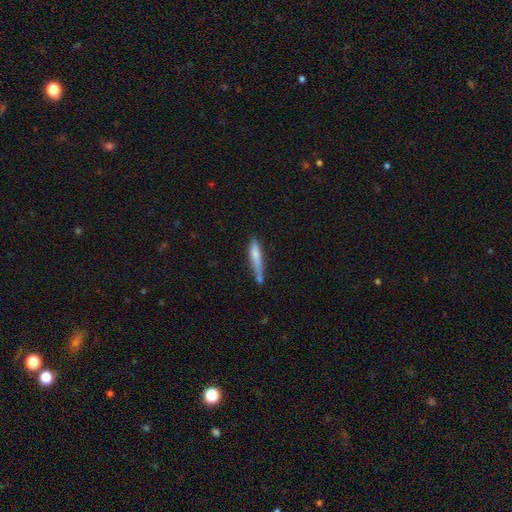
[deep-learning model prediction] smooth 70%, featured or disk 24%, star or artifact 7%. Down the decision tree: how rounded — cigar-shaped (87%); merging — none (48%).